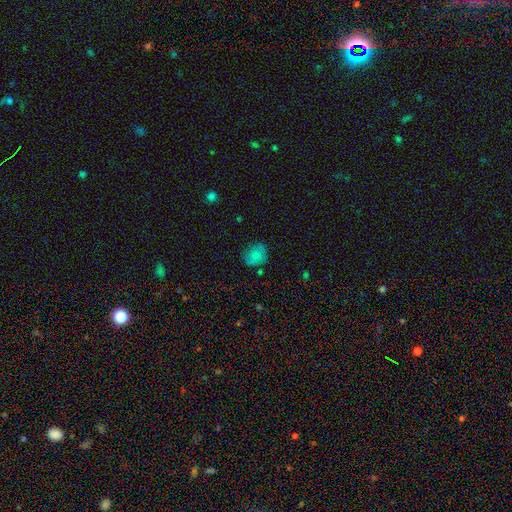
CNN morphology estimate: Overall: smooth (80%). How rounded: round (63%; in between 36%). Merging: none (73%).